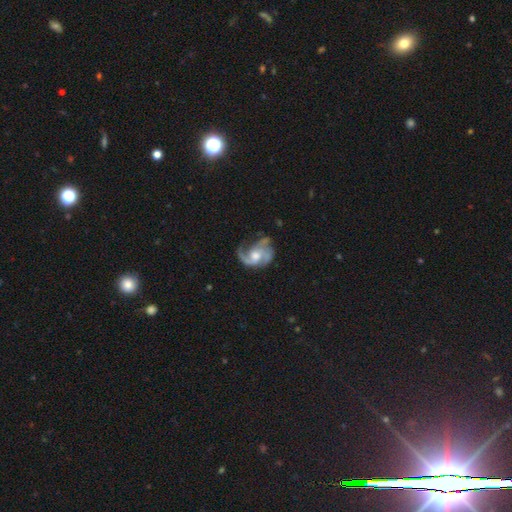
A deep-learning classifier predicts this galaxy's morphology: A featured or disk galaxy (83%) with no bar (68%), 3 (37%) medium (46%) spiral arms (94%) and a moderate central bulge (63%). Merging: none (49%).